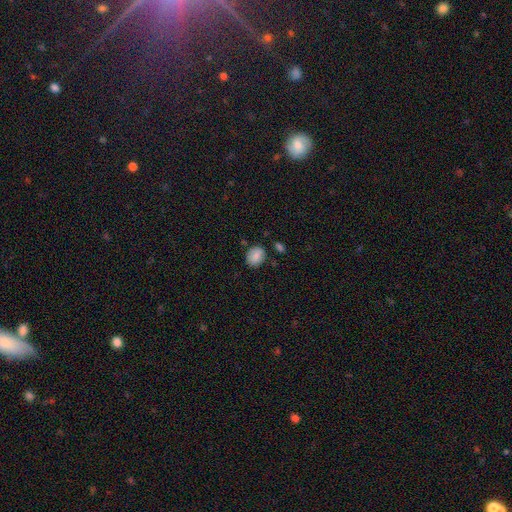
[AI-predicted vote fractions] Overall: smooth (86%). How rounded: in between (54%; round 45%). Merging: none (77%).